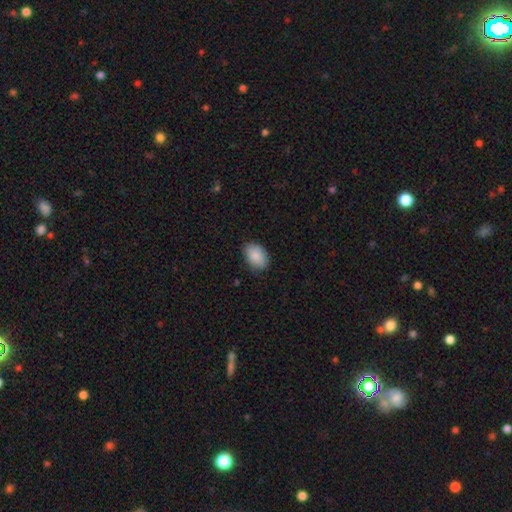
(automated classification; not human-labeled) Smooth or featured: smooth — 88% (star or artifact — 7%)
How rounded: in between — 88% (round — 11%)
Merging: none — 84% (minor disturbance — 13%)